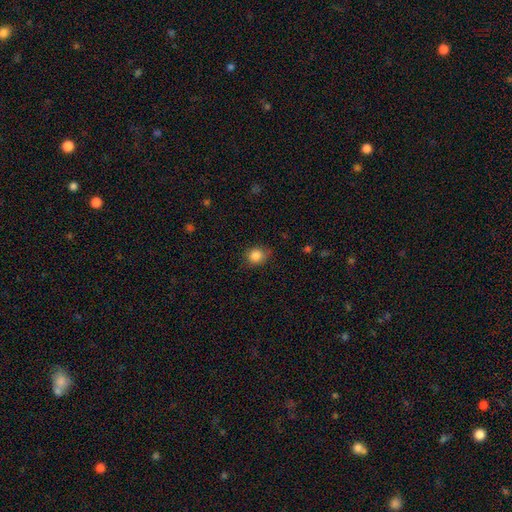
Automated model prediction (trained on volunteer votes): Q: Smooth or featured?
A: smooth (85%); runner-up: star or artifact (10%)
Q: How rounded?
A: round (71%); runner-up: in between (28%)
Q: Merging?
A: none (76%); runner-up: minor disturbance (19%)